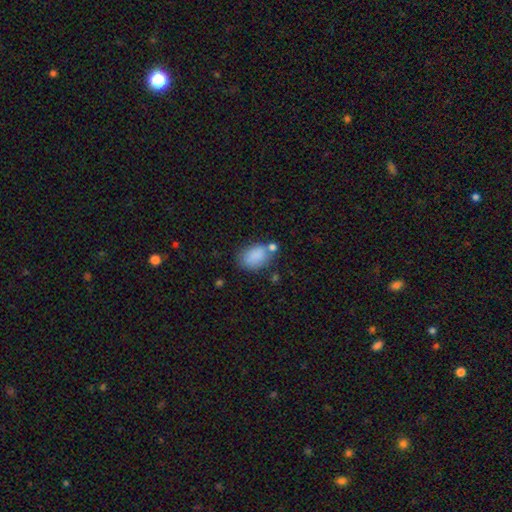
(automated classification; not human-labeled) Smooth or featured: smooth — 85% (star or artifact — 9%)
How rounded: in between — 84% (round — 15%)
Merging: none — 60% (minor disturbance — 20%)